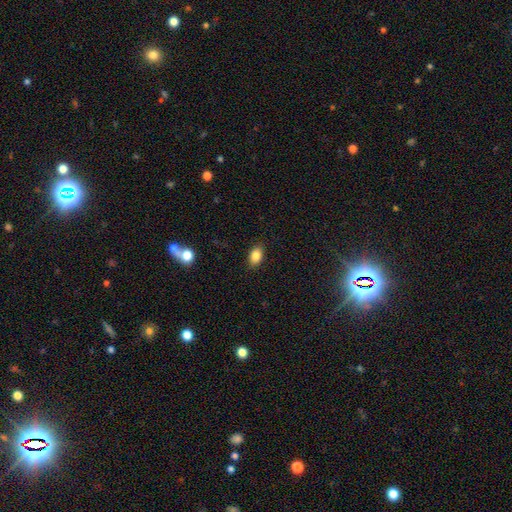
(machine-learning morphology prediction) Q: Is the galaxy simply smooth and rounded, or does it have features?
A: smooth — 84%.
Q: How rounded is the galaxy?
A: in between — 86%.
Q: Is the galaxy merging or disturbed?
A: none — 88%.